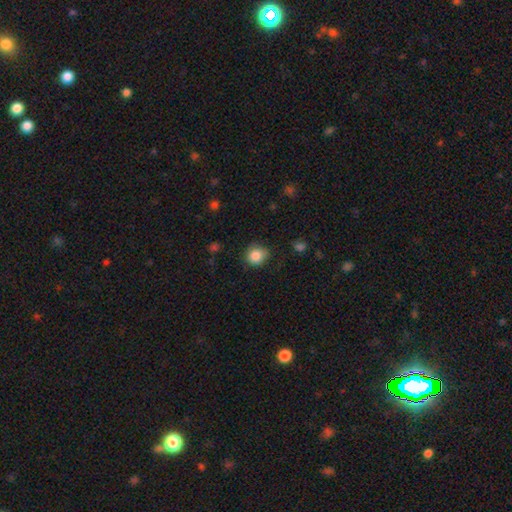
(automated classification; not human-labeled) Smooth or featured: smooth — 85% (star or artifact — 10%)
How rounded: round — 84% (in between — 15%)
Merging: none — 79% (minor disturbance — 16%)